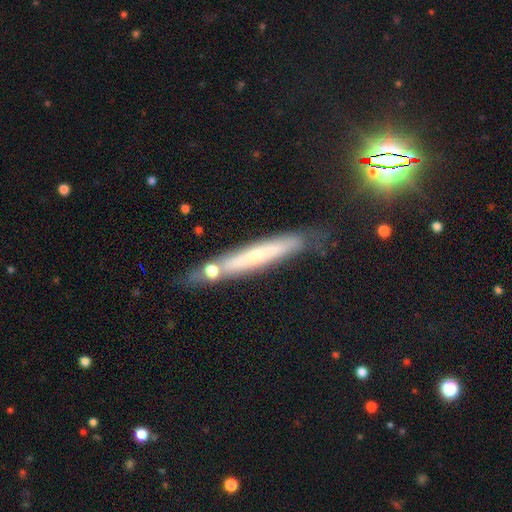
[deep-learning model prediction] Smooth or featured?
  - featured or disk: 46% *
  - smooth: 43%
  - star or artifact: 11%
Merging?
  - none: 67% *
  - minor disturbance: 18%
  - merger: 10%
  - major disturbance: 5%